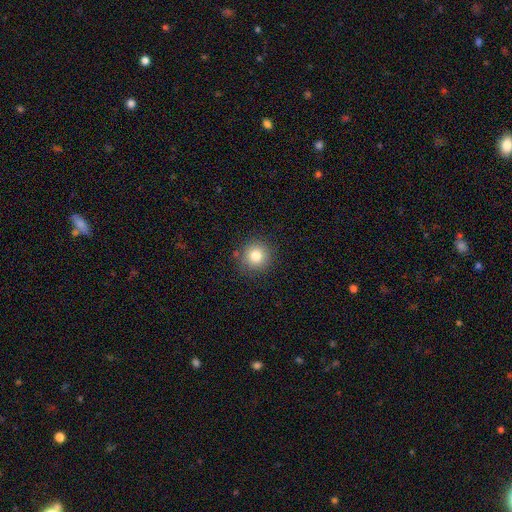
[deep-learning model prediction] smooth-or-featured: smooth: 81% | star or artifact: 11% | featured or disk: 8%
  how-rounded: round: 93% | in between: 6% | cigar-shaped: 1%
  merging: none: 87% | minor disturbance: 9% | major disturbance: 3% | merger: 2%